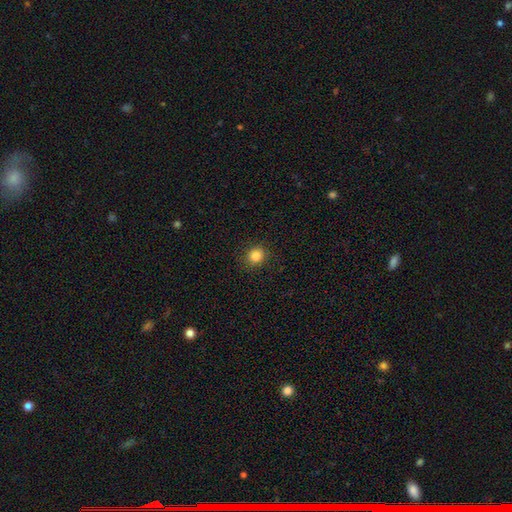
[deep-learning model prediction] Smooth or featured: smooth — 84% (star or artifact — 11%)
How rounded: round — 82% (in between — 17%)
Merging: none — 90% (minor disturbance — 7%)